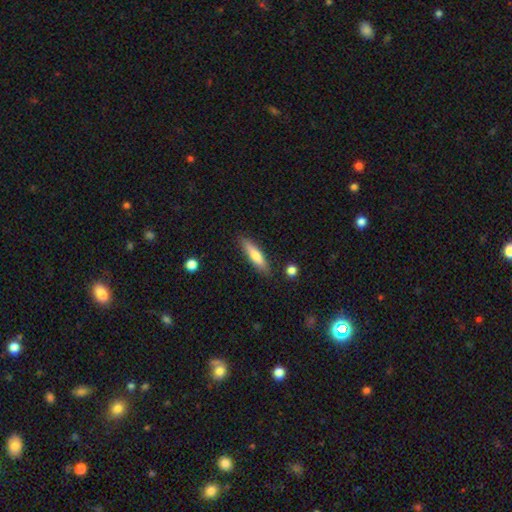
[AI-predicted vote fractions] smooth 71%, featured or disk 23%, star or artifact 6%. Down the decision tree: how rounded — cigar-shaped (77%); merging — none (86%).